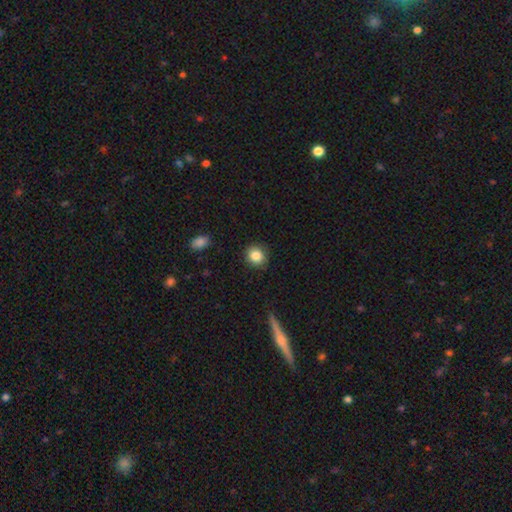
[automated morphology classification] This appears to be a smooth galaxy with no disk features (84%) that is round (83%). Merging: none (88%).